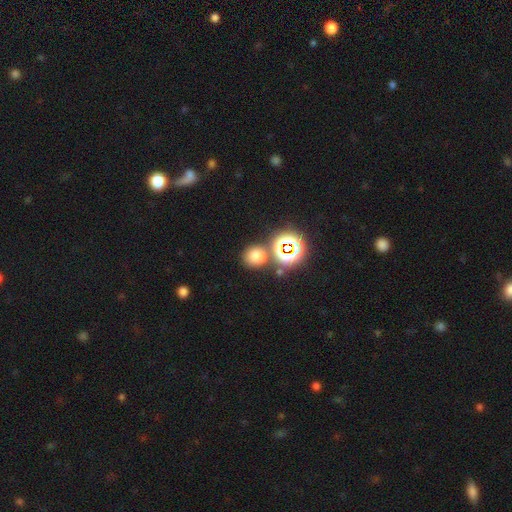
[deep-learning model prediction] Overall: smooth (64%; star or artifact 28%). How rounded: round (76%). Merging: none (62%).